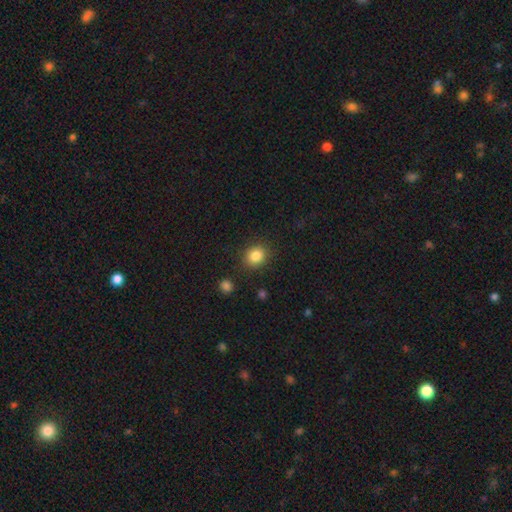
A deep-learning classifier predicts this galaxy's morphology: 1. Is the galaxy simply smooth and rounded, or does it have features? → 85% smooth, 10% star or artifact, 5% featured or disk.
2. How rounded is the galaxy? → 71% round, 29% in between, 1% cigar-shaped.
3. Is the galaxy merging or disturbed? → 86% none, 9% minor disturbance, 3% major disturbance, 2% merger.